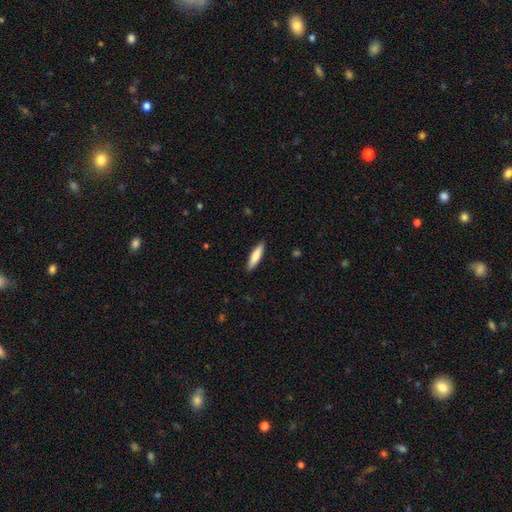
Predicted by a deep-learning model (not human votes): smooth 78%, featured or disk 17%, star or artifact 5%. Down the decision tree: how rounded — cigar-shaped (75%); merging — none (90%).